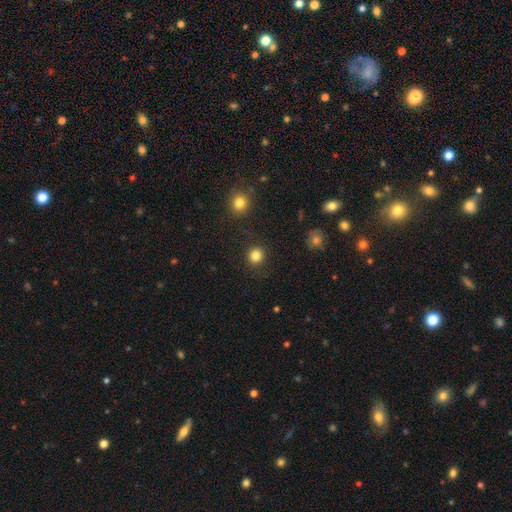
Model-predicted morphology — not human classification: The model was most divided on "smooth or featured": smooth: 84%, star or artifact: 12%, featured or disk: 4%. More confident: how rounded — round (92%); merging — none (90%).